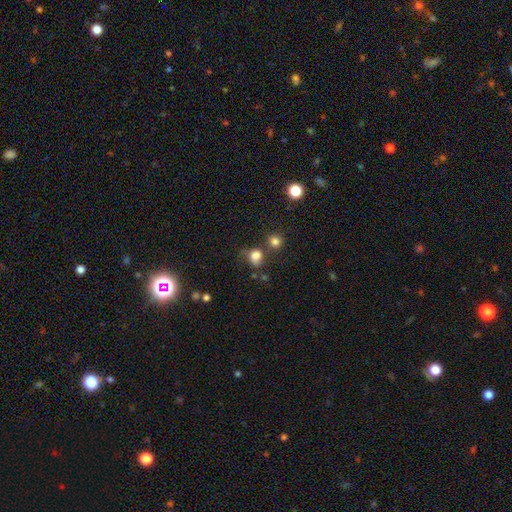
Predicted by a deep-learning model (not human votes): This is likely a smooth galaxy (78%). How rounded: likely round (63%). Merging: possibly none (50%).